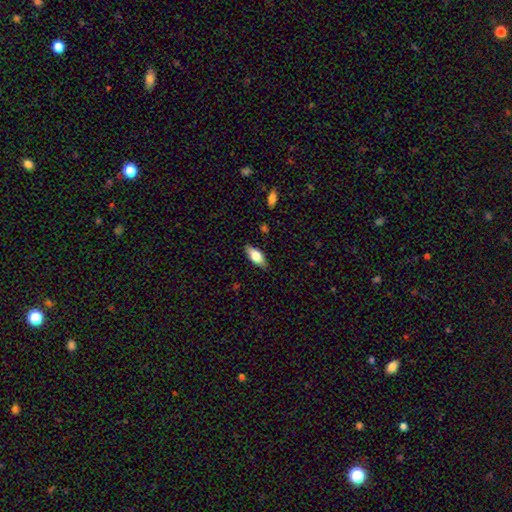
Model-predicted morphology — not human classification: smooth_or_featured: smooth (p=0.73) [alt: featured or disk p=0.21]
how_rounded: in between (p=0.83) [alt: cigar-shaped p=0.15]
merging: none (p=0.85) [alt: minor disturbance p=0.11]